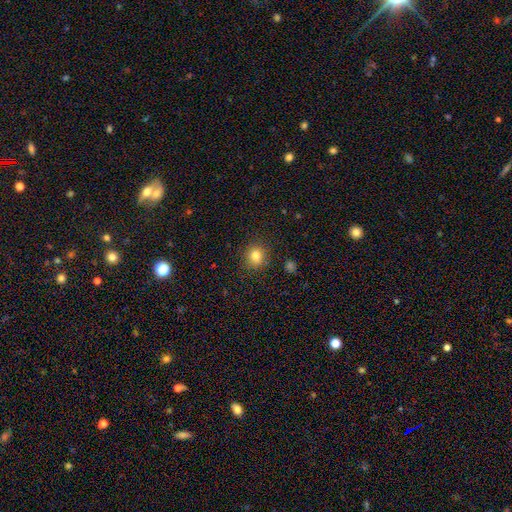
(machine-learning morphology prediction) A smooth galaxy with no disk features (81%) that is round (77%). Merging: none (86%).